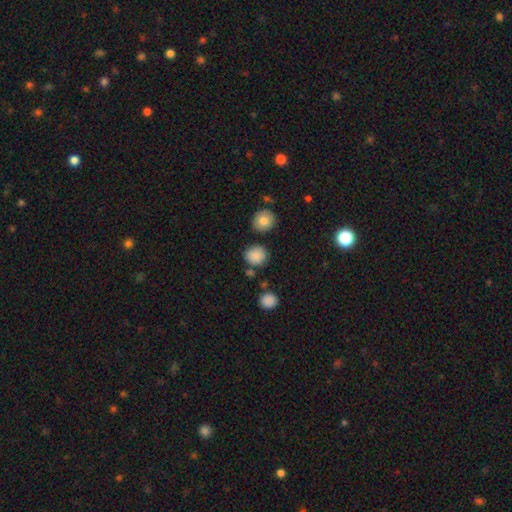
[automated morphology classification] Smooth or featured? smooth (85%)
How rounded? round (84%)
Merging? none (79%)